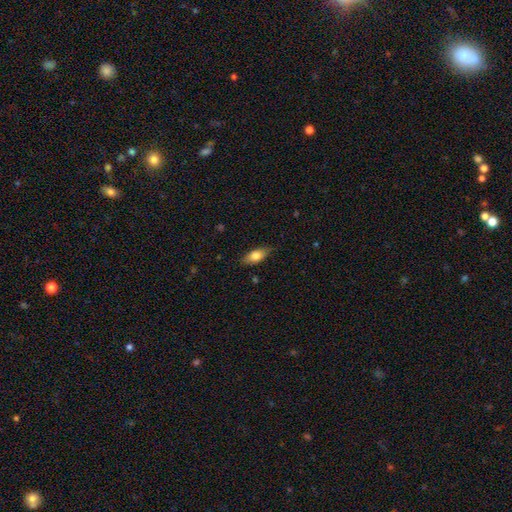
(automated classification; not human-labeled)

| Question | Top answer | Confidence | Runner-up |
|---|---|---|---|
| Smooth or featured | smooth | 75% | featured or disk (18%) |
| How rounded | in between | 80% | cigar-shaped (16%) |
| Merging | none | 82% | minor disturbance (14%) |